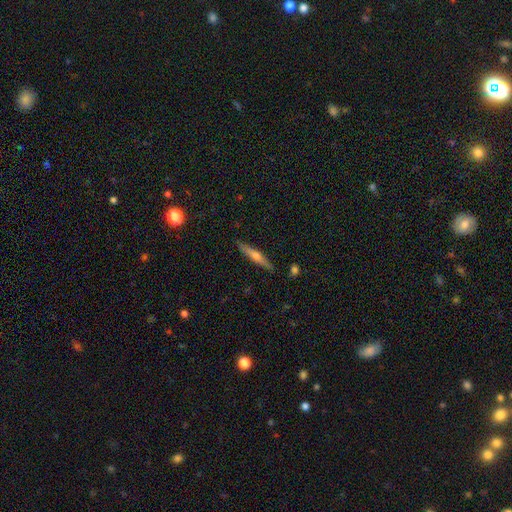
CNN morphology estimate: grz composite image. It shows a featured or disk galaxy (60%) viewed edge-on (96%) with a rounded central bulge (85%). Merging: none (89%).